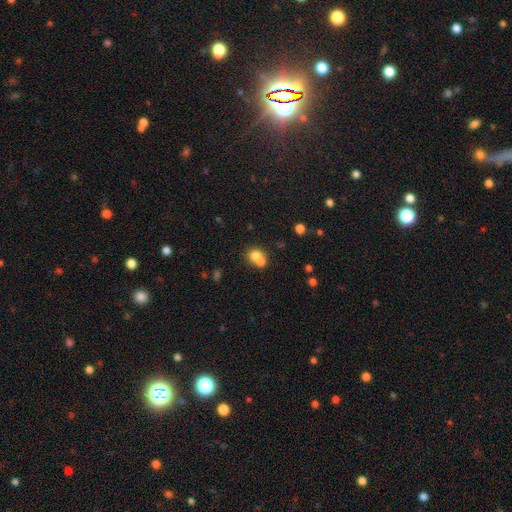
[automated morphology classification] This appears to be a smooth galaxy with no disk features (70%) that is round (75%). Merging: merger (62%).